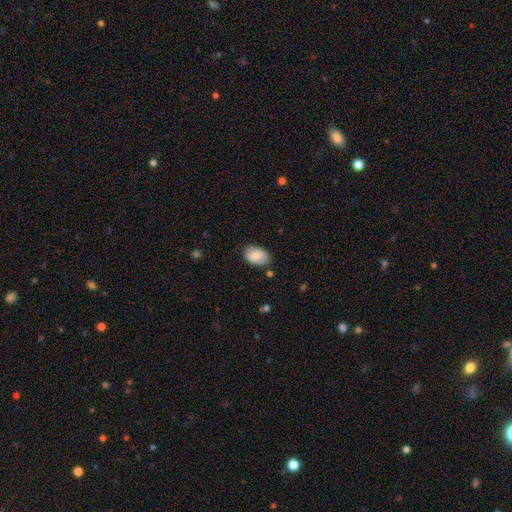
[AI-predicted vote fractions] This is clearly a smooth galaxy (84%). How rounded: clearly in between (88%). Merging: likely none (77%).